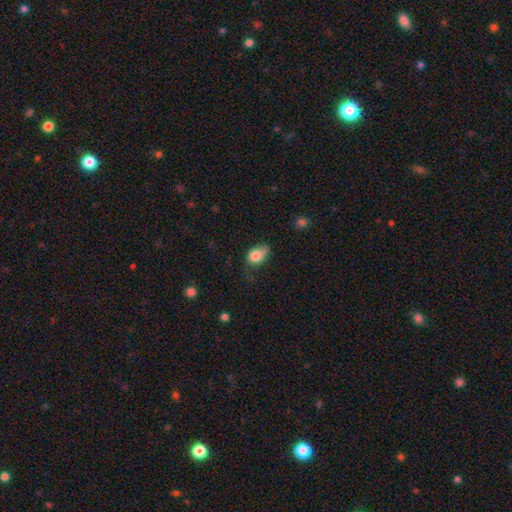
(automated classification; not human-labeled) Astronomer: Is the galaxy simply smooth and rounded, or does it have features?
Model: smooth — 79%.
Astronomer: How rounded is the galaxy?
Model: in between — 70%.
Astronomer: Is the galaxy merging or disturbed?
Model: minor disturbance — 41% (runner-up: none, 33%).